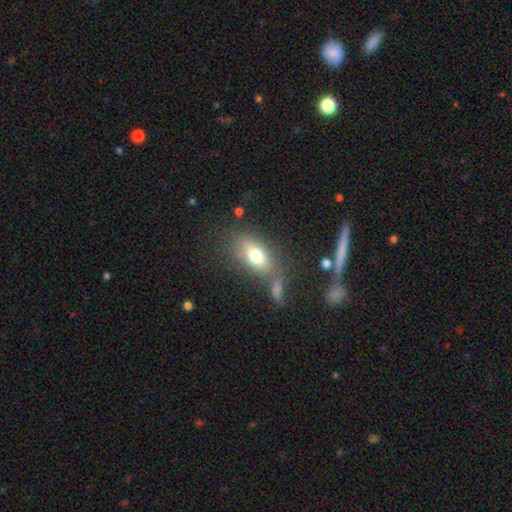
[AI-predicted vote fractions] Overall: smooth (74%). How rounded: in between (84%). Merging: none (59%).